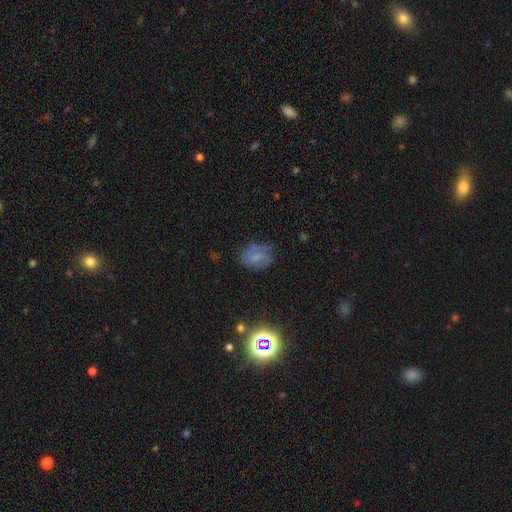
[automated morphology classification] This is marginally a featured or disk galaxy (43%). Merging: likely none (60%).